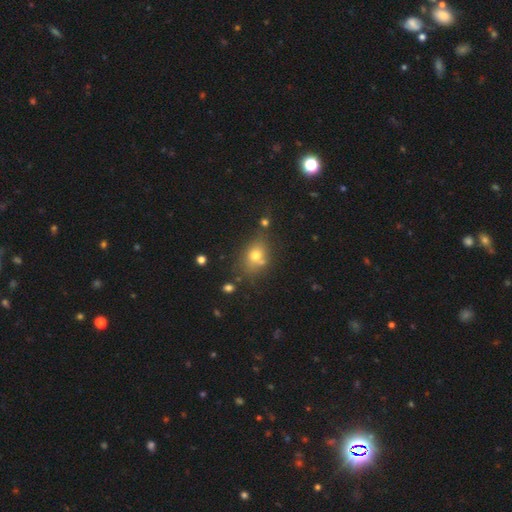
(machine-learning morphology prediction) Overall: smooth (72%). How rounded: in between (58%; round 40%). Merging: none (63%).